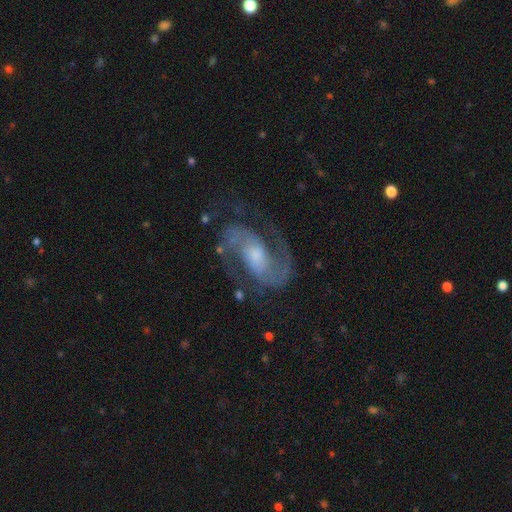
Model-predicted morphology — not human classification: A featured or disk galaxy (91%) with no bar (43%), 2 (92%) medium (60%) spiral arms (98%) and a moderate central bulge (43%). Merging: none (75%).